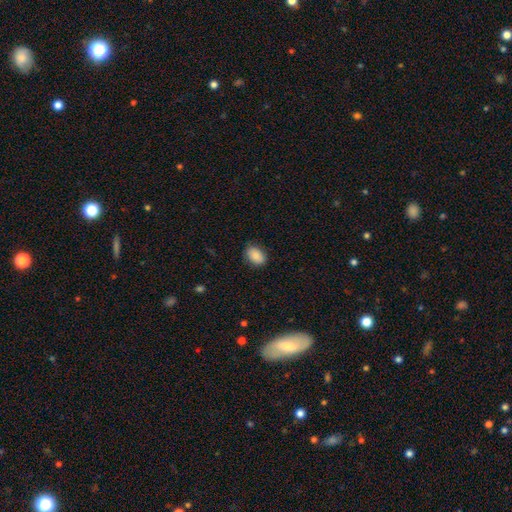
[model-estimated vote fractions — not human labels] smooth 87%, star or artifact 7%, featured or disk 5%. Down the decision tree: how rounded — in between (83%); merging — none (85%).